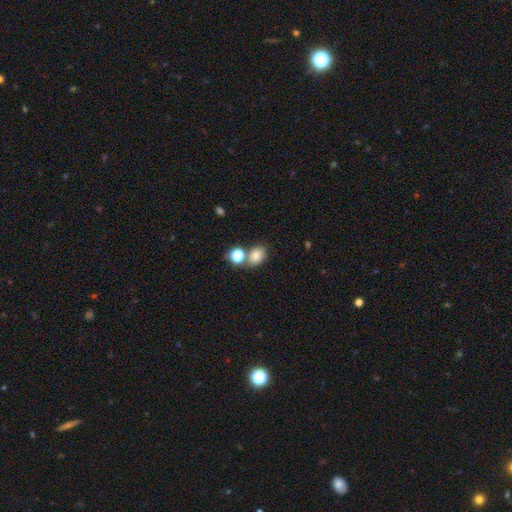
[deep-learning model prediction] Smooth or featured? smooth (80%)
How rounded? in between (56%)
Merging? none (62%)